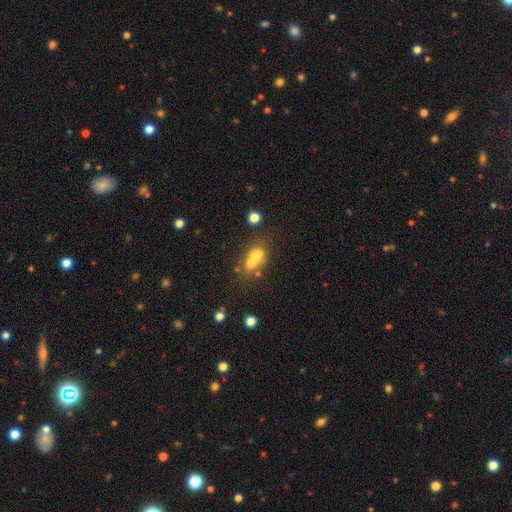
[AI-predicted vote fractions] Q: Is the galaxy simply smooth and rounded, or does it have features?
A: smooth — 55%.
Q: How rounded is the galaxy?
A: round — 50%.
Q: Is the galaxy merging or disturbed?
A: merger — 59%.